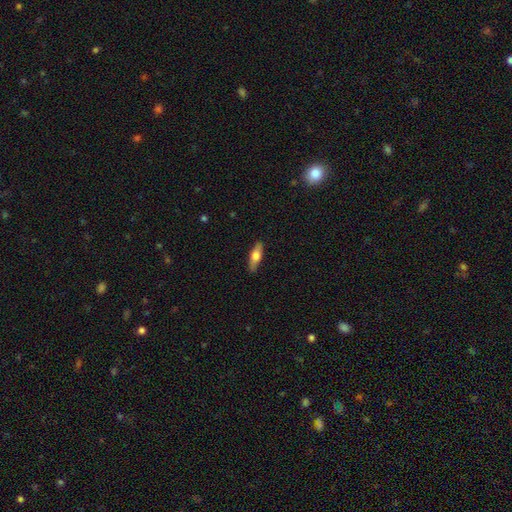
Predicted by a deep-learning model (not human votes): Smooth or featured?
  - smooth: 56% *
  - featured or disk: 38%
  - star or artifact: 6%
How rounded?
  - in between: 50% *
  - cigar-shaped: 47%
  - round: 3%
Merging?
  - none: 87% *
  - minor disturbance: 10%
  - major disturbance: 2%
  - merger: 1%